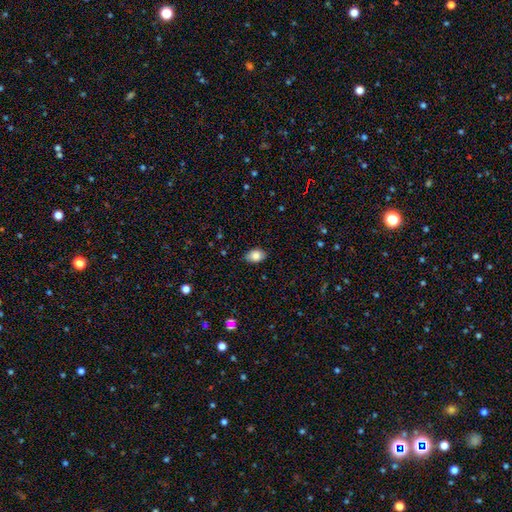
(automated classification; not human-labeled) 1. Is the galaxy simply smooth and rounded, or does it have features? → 86% smooth, 8% star or artifact, 6% featured or disk.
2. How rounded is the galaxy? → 81% in between, 17% round, 1% cigar-shaped.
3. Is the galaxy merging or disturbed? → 82% none, 14% minor disturbance, 3% major disturbance, 1% merger.